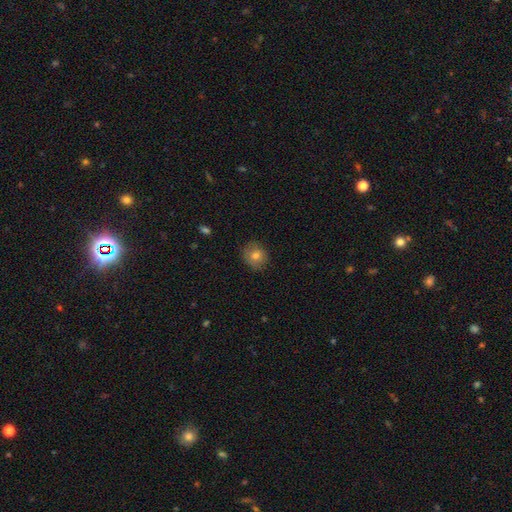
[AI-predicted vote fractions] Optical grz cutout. It shows a smooth galaxy with no disk features (77%) that is round (79%). Merging: none (83%).